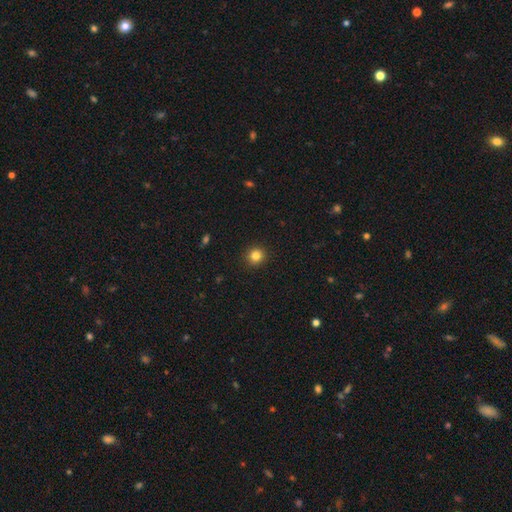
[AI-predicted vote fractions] Smooth or featured? smooth (83%)
How rounded? round (92%)
Merging? none (92%)